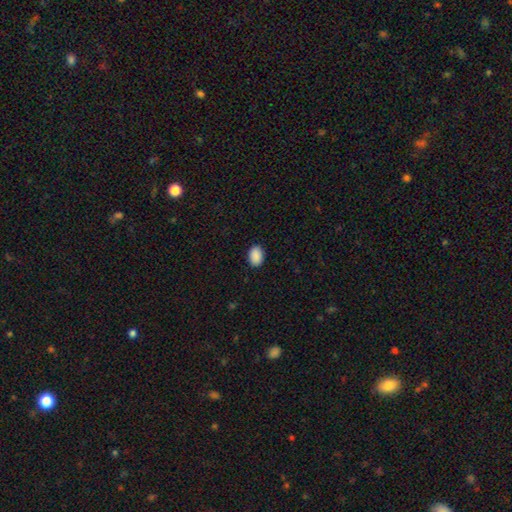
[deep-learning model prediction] Q: Smooth or featured?
A: smooth (90%); runner-up: star or artifact (7%)
Q: How rounded?
A: in between (80%); runner-up: round (19%)
Q: Merging?
A: none (89%); runner-up: minor disturbance (8%)